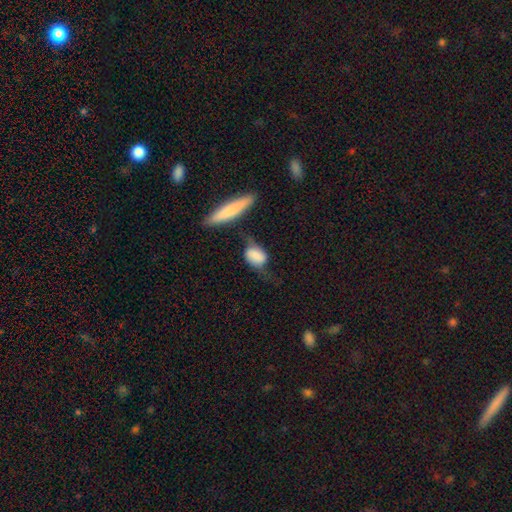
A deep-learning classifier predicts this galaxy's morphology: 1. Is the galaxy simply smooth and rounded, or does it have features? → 70% smooth, 22% featured or disk, 7% star or artifact.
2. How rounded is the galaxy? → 78% in between, 16% round, 6% cigar-shaped.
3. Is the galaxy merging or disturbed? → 40% none, 26% minor disturbance, 18% merger, 17% major disturbance.